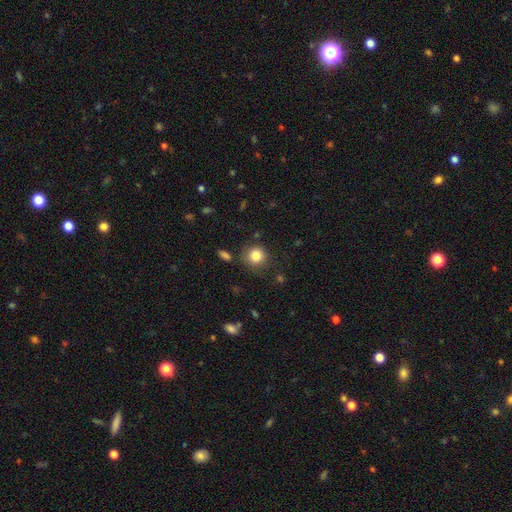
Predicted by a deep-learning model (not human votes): Q: Smooth or featured?
A: smooth (83%); runner-up: star or artifact (11%)
Q: How rounded?
A: round (90%); runner-up: in between (9%)
Q: Merging?
A: none (82%); runner-up: minor disturbance (11%)